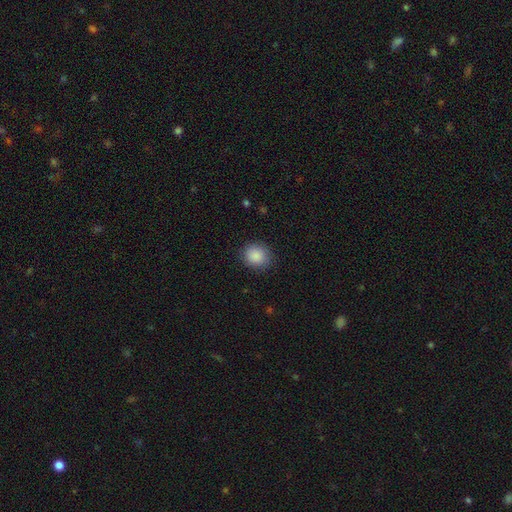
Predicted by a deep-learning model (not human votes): Overall: smooth (88%). How rounded: round (78%). Merging: none (87%).